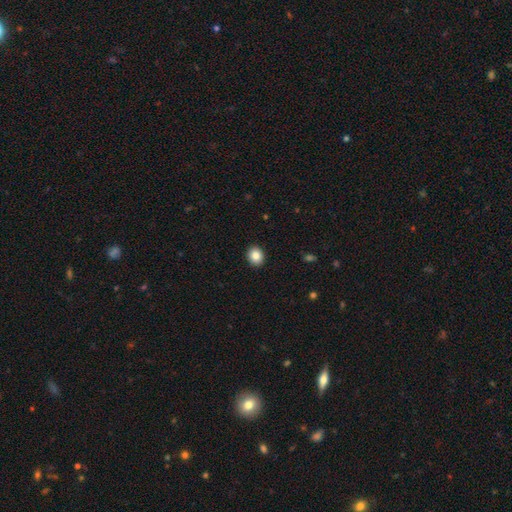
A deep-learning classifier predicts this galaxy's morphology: Smooth or featured? smooth (86%)
How rounded? round (62%)
Merging? none (92%)